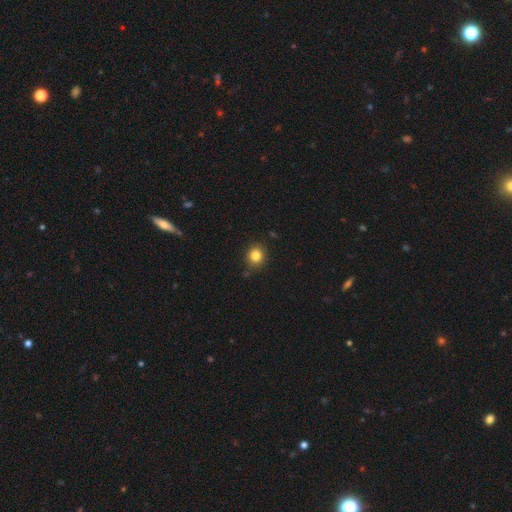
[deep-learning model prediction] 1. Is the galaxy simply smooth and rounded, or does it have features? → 83% smooth, 11% star or artifact, 6% featured or disk.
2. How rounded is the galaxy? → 82% round, 18% in between, 1% cigar-shaped.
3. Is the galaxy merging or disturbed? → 85% none, 10% minor disturbance, 2% major disturbance, 2% merger.